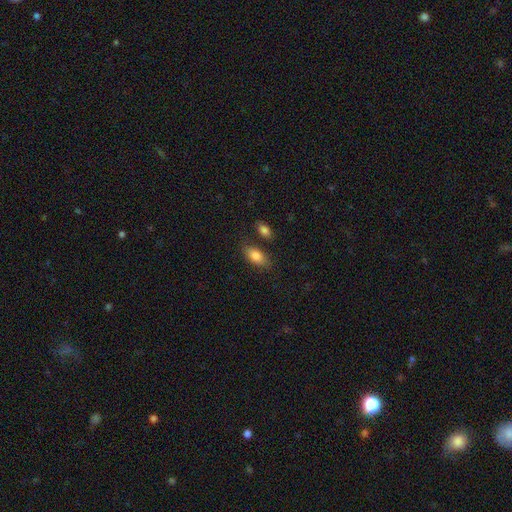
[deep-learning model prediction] smooth 83%, featured or disk 10%, star or artifact 7%. Down the decision tree: how rounded — in between (88%); merging — none (74%).